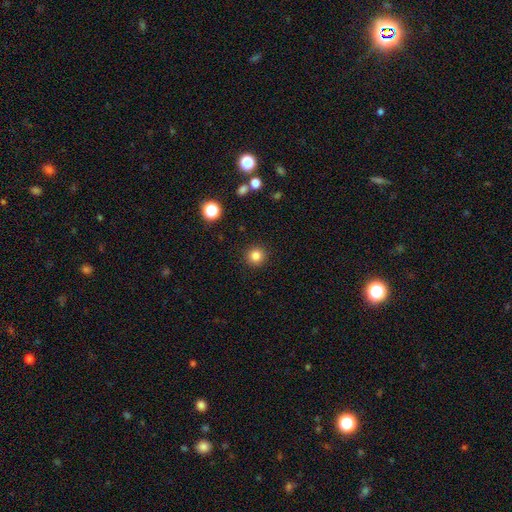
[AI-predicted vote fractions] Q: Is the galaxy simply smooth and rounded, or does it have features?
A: smooth — 83%.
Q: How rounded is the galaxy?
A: round — 94%.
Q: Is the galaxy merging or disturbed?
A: none — 92%.